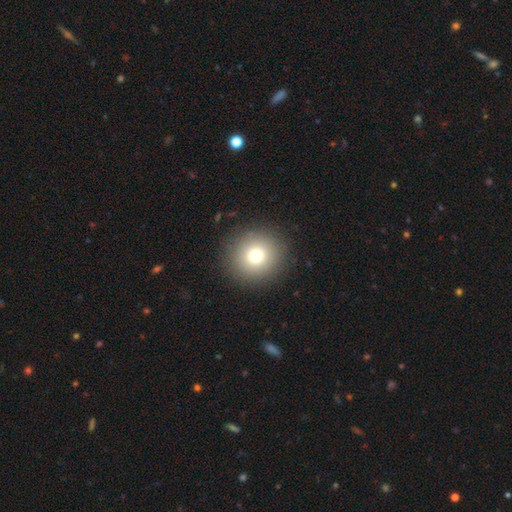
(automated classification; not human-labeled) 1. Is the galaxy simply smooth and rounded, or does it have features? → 77% smooth, 13% star or artifact, 11% featured or disk.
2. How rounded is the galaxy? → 93% round, 6% in between, 1% cigar-shaped.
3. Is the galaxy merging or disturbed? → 90% none, 6% minor disturbance, 3% major disturbance, 1% merger.